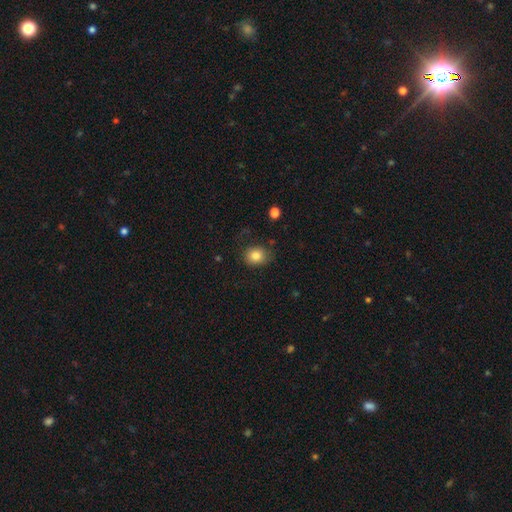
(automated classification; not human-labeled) smooth 83%, star or artifact 10%, featured or disk 7%. Down the decision tree: how rounded — round (65%); merging — none (80%).